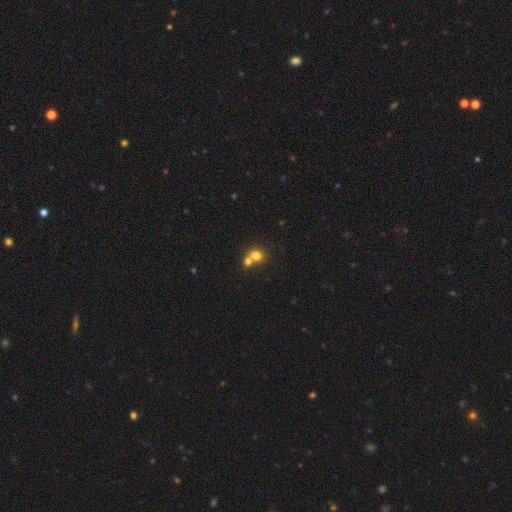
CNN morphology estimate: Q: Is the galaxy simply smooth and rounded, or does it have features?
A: smooth — 75%.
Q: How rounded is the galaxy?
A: round — 80%.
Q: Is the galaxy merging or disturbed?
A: merger — 54%.